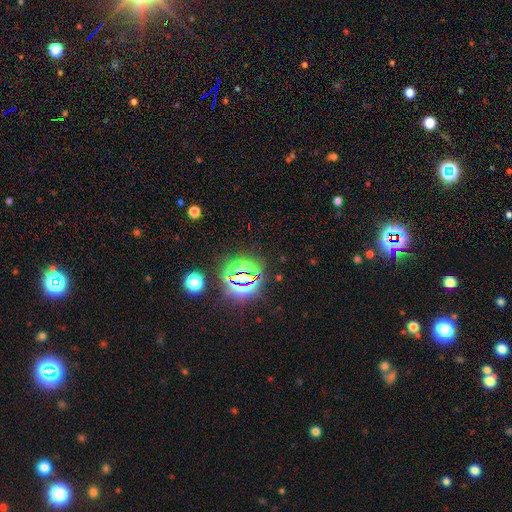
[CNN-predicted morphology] Q: Smooth or featured?
A: star or artifact (83%); runner-up: smooth (11%)